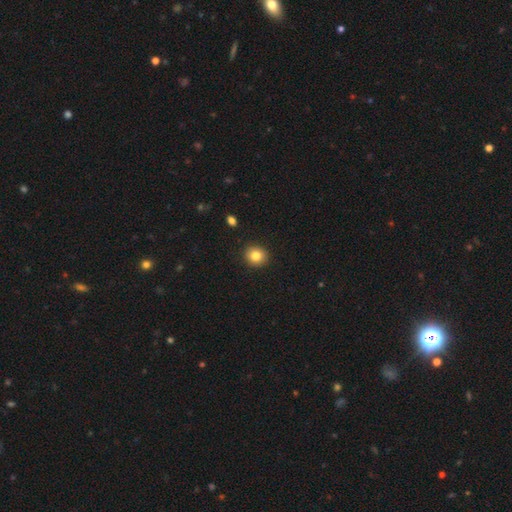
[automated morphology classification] Smooth or featured: smooth — 83% (star or artifact — 10%)
How rounded: round — 84% (in between — 15%)
Merging: none — 91% (minor disturbance — 6%)